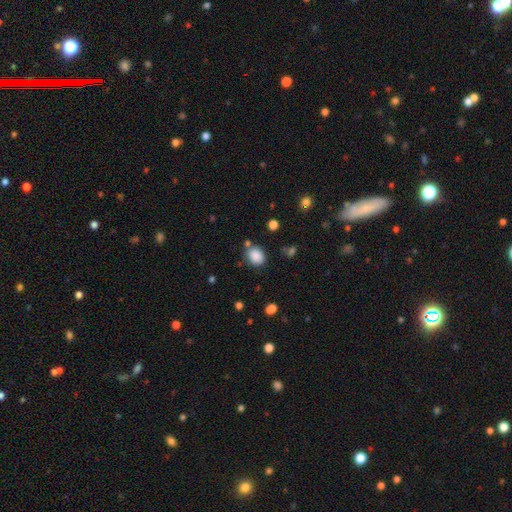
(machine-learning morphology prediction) Smooth or featured? smooth (86%)
How rounded? round (53%)
Merging? none (75%)